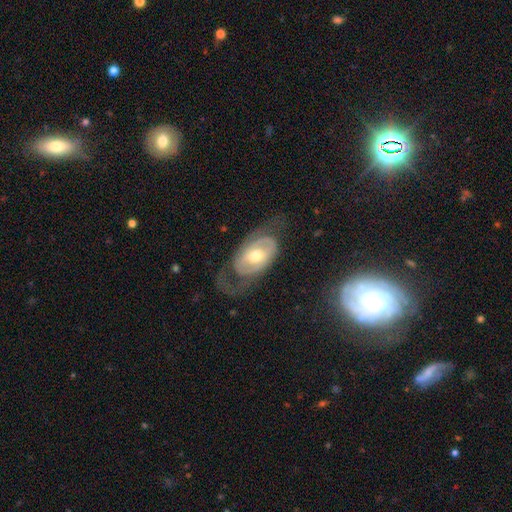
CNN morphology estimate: Smooth or featured? Predicted: featured or disk (p=0.78). Edge-on disk? Predicted: no (p=0.93). Bar? Predicted: no (p=0.60). Spiral arms? Predicted: yes (p=0.77). Spiral winding? Predicted: medium (p=0.39). Spiral arm count? Predicted: 2 (p=0.71). Bulge size? Predicted: moderate (p=0.70). Merging? Predicted: none (p=0.58).